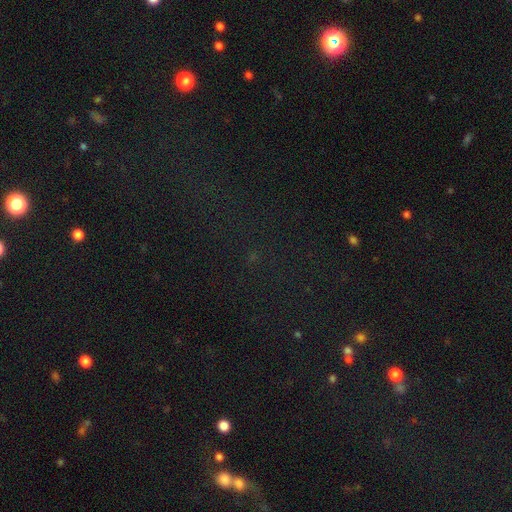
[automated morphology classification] The model was most divided on "smooth or featured": star or artifact: 69%, smooth: 20%, featured or disk: 11%.